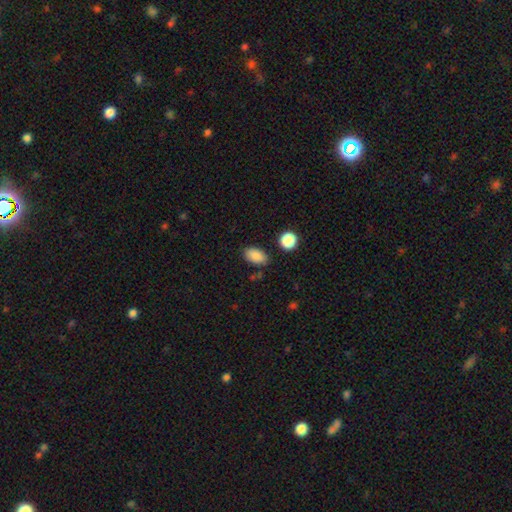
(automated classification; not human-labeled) This appears to be a smooth galaxy with no disk features (87%) that is in between round and cigar-shaped (90%). Merging: none (82%).